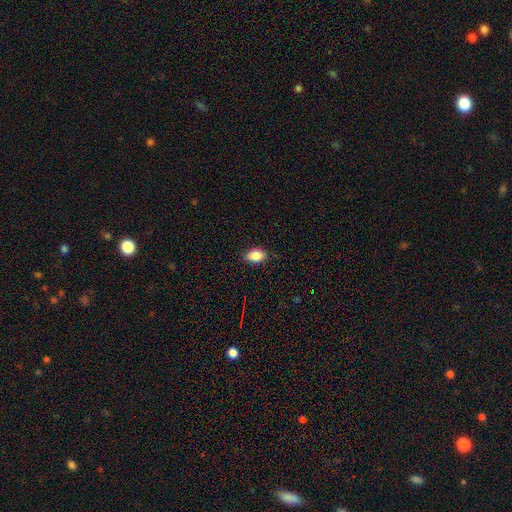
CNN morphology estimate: smooth 85%, star or artifact 9%, featured or disk 6%. Down the decision tree: how rounded — in between (83%); merging — none (83%).